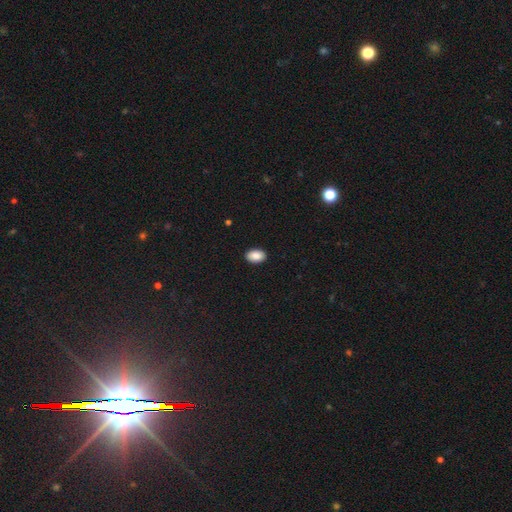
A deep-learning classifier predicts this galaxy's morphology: Smooth or featured: smooth — 89% (star or artifact — 7%)
How rounded: in between — 90% (round — 8%)
Merging: none — 91% (minor disturbance — 7%)